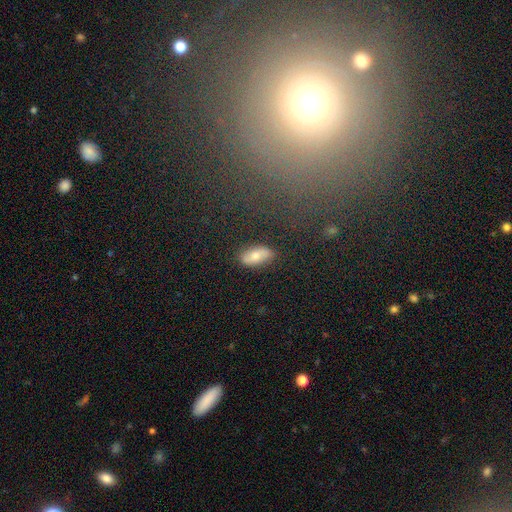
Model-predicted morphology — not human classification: This is likely a smooth galaxy (65%). How rounded: clearly in between (88%). Merging: clearly none (82%).